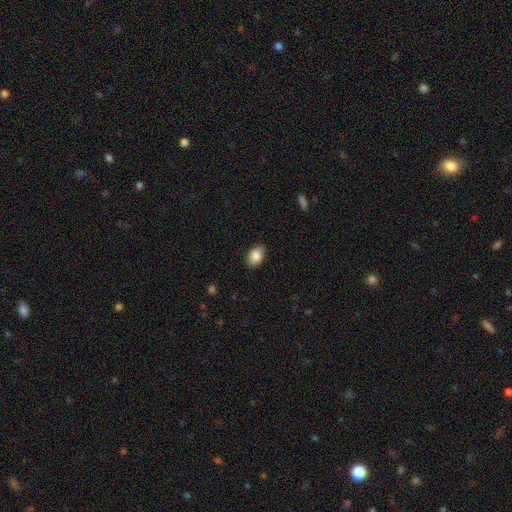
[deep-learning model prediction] Smooth or featured? Predicted: smooth (p=0.87). How rounded? Predicted: in between (p=0.87). Merging? Predicted: none (p=0.86).